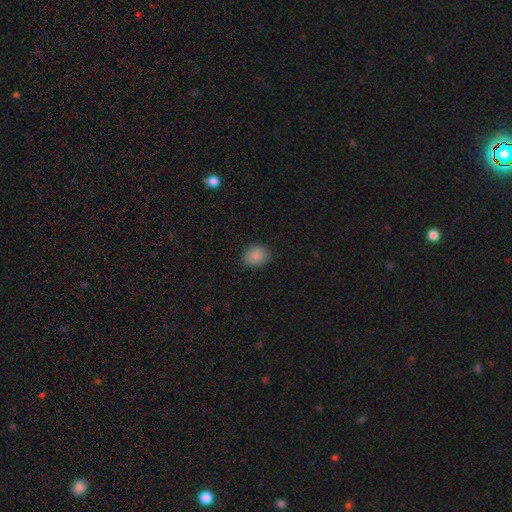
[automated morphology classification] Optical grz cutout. It shows a smooth galaxy with no disk features (88%) that is in between round and cigar-shaped (58%). Merging: none (87%).